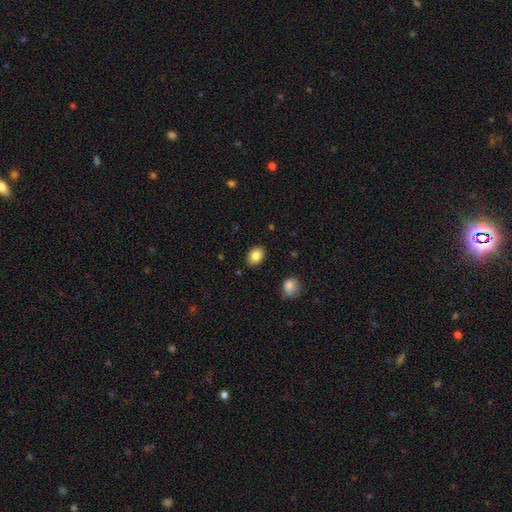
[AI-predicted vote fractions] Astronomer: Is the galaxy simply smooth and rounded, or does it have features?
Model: smooth — 85%.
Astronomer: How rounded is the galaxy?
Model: in between — 70%.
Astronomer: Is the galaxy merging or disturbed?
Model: none — 86%.